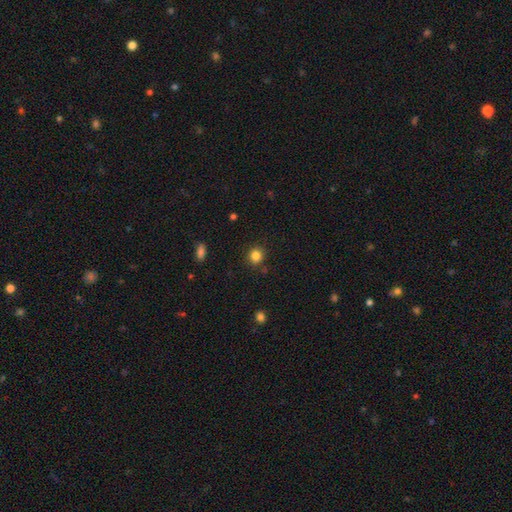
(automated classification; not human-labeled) A smooth galaxy with no disk features (84%) that is round (83%). Merging: none (86%).